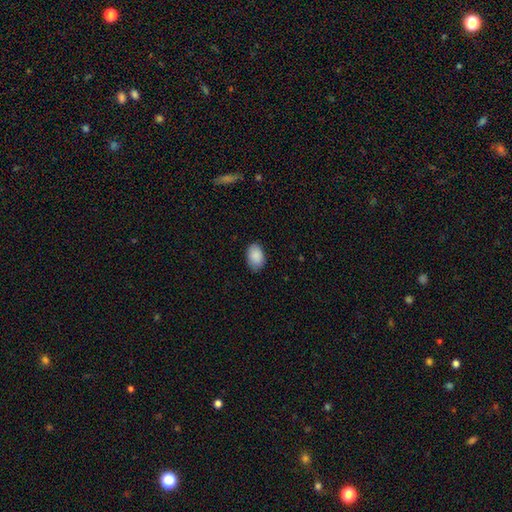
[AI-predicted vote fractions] Smooth or featured: smooth — 90% (star or artifact — 6%)
How rounded: in between — 89% (round — 10%)
Merging: none — 83% (minor disturbance — 14%)